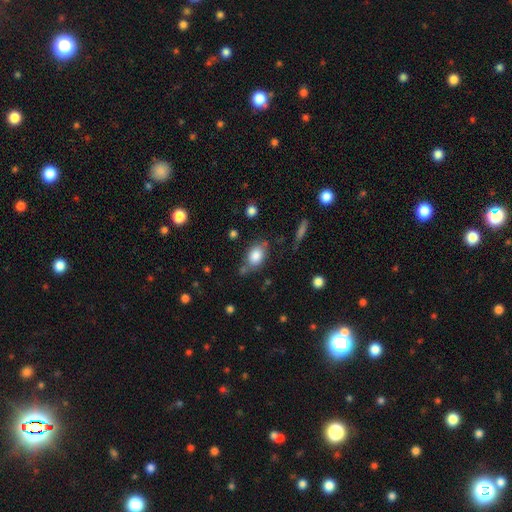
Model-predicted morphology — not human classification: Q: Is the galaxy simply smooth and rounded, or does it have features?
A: smooth — 83%.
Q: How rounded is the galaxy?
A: in between — 78%.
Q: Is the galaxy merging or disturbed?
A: none — 65%.